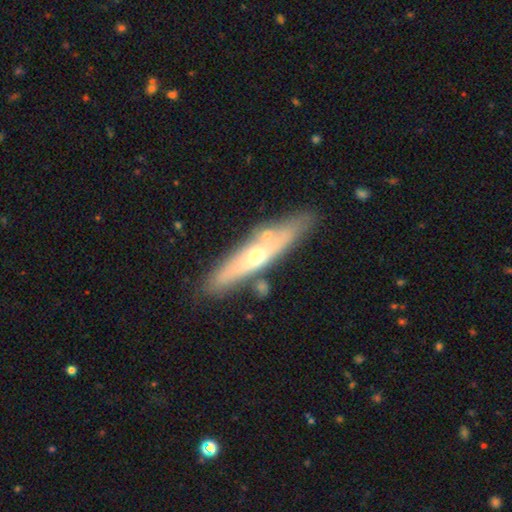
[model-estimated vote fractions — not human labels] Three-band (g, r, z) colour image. It shows a featured or disk galaxy (61%) viewed edge-on (69%). Merging: none (77%).